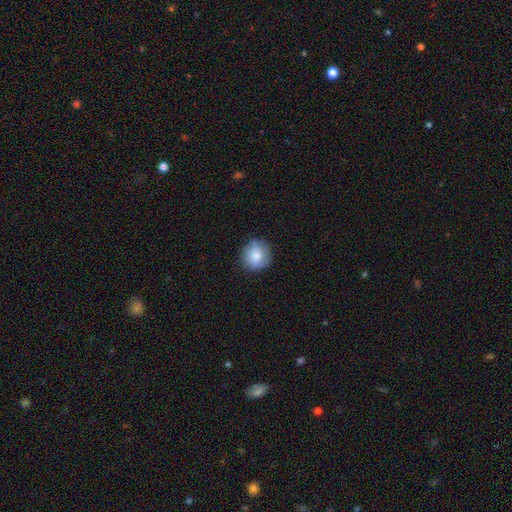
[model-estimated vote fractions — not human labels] smooth_or_featured: smooth (p=0.82) [alt: featured or disk p=0.11]
how_rounded: round (p=0.85) [alt: in between p=0.14]
merging: none (p=0.79) [alt: minor disturbance p=0.16]